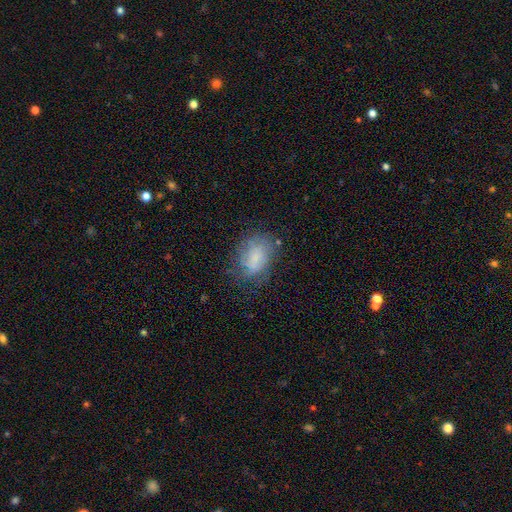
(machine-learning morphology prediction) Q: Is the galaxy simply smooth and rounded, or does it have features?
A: smooth — 53%.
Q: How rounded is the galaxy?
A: in between — 78%.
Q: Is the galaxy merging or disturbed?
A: none — 64%.